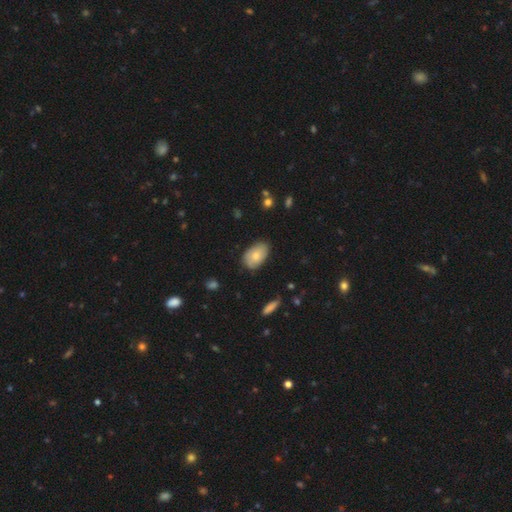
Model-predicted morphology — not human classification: Overall: smooth (73%). How rounded: in between (90%). Merging: none (76%).